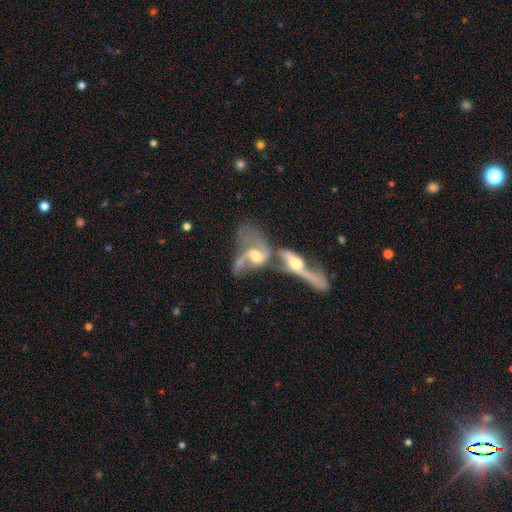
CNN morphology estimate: This appears to be a featured or disk galaxy (78%) with no bar (50%), 2 (67%) loose (61%) spiral arms (85%) and a moderate central bulge (59%). Merging: merger (77%).